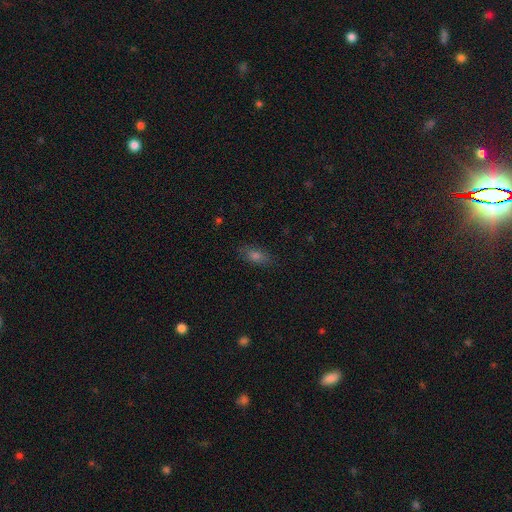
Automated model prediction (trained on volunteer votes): Smooth or featured? Predicted: smooth (p=0.66). How rounded? Predicted: in between (p=0.76). Merging? Predicted: none (p=0.84).